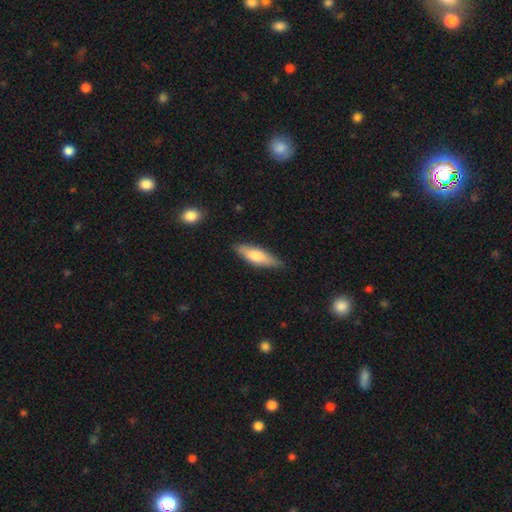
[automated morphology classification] Q: Smooth or featured?
A: smooth (69%); runner-up: featured or disk (26%)
Q: How rounded?
A: cigar-shaped (57%); runner-up: in between (41%)
Q: Merging?
A: none (81%); runner-up: minor disturbance (15%)